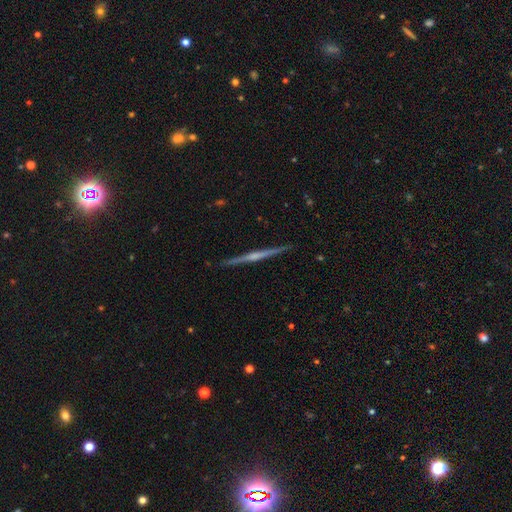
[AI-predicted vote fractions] A featured or disk galaxy (80%) viewed edge-on (99%) with a rounded central bulge (62%).

Vote fractions:
- Smooth or featured? featured or disk: 80% / smooth: 15% / star or artifact: 5%
- Edge-on disk? yes: 99% / no: 1%
- Edge-on bulge? rounded: 62% / none: 27% / boxy: 12%
- Merging? none: 92% / minor disturbance: 6% / major disturbance: 1% / merger: 1%